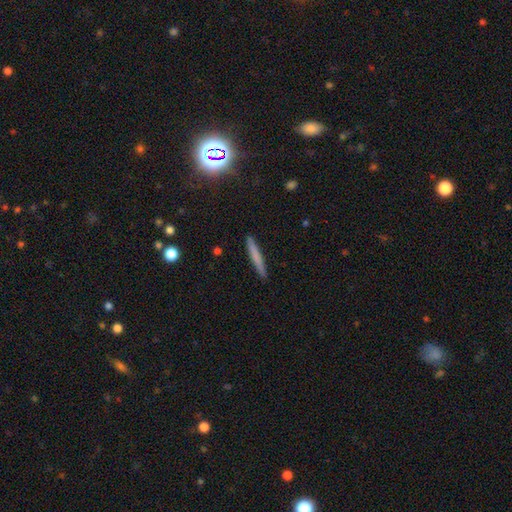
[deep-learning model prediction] Smooth or featured? Predicted: smooth (p=0.70). How rounded? Predicted: cigar-shaped (p=0.96). Merging? Predicted: none (p=0.90).